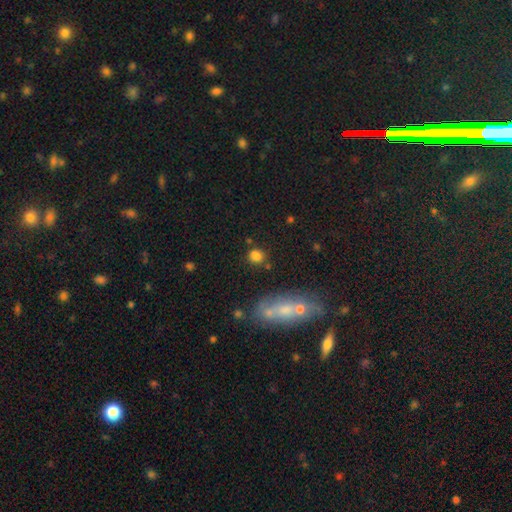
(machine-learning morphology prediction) This appears to be a smooth galaxy with no disk features (79%) that is round (71%). Merging: none (74%).